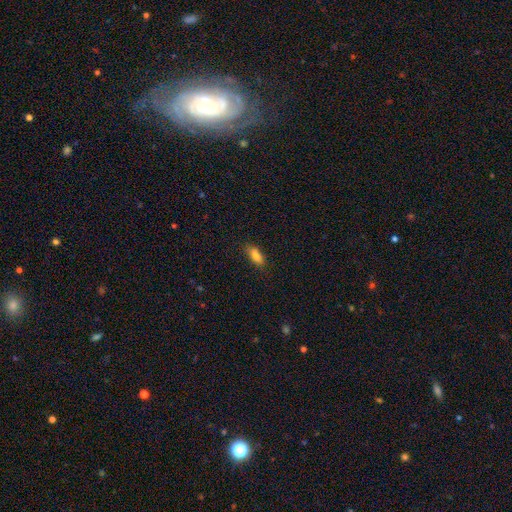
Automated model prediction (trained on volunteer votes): Overall: smooth (83%). How rounded: in between (79%). Merging: none (81%).